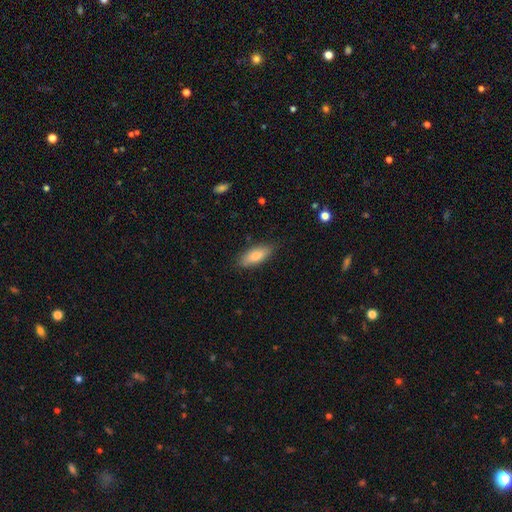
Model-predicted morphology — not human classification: Overall: smooth (76%). How rounded: in between (72%). Merging: none (83%).